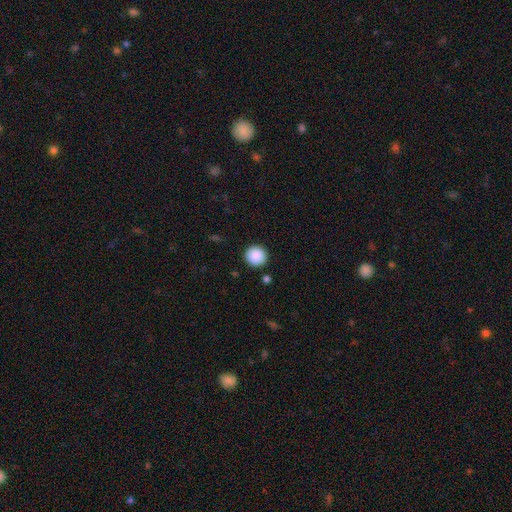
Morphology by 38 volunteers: Smooth or featured?
  - smooth: 89% *
  - star or artifact: 11%
  - featured or disk: 0%
How rounded?
  - round: 94% *
  - in between: 3%
  - cigar-shaped: 3%
Merging?
  - none: 88% *
  - minor disturbance: 9%
  - merger: 3%
  - major disturbance: 0%